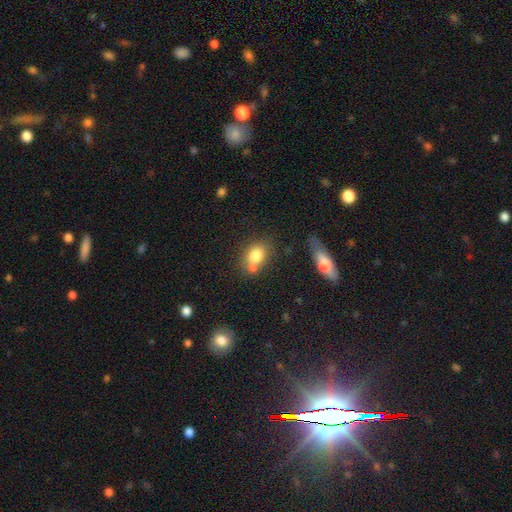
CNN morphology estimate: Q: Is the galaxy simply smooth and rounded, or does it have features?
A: smooth — 78%.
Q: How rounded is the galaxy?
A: in between — 60%.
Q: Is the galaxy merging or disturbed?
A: none — 49%.